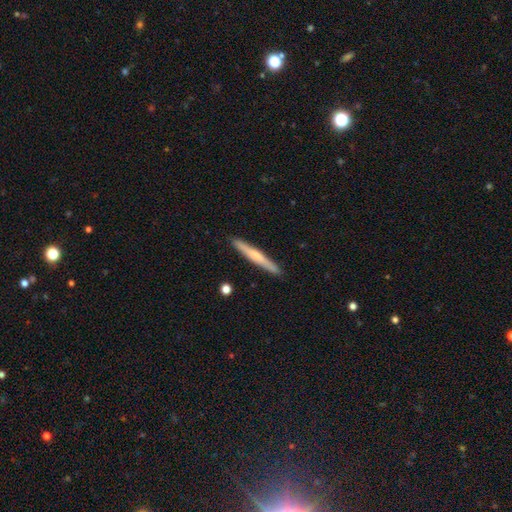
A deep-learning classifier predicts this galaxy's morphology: Q: Smooth or featured?
A: smooth (52%); runner-up: featured or disk (43%)
Q: How rounded?
A: cigar-shaped (96%); runner-up: in between (3%)
Q: Merging?
A: none (92%); runner-up: minor disturbance (6%)